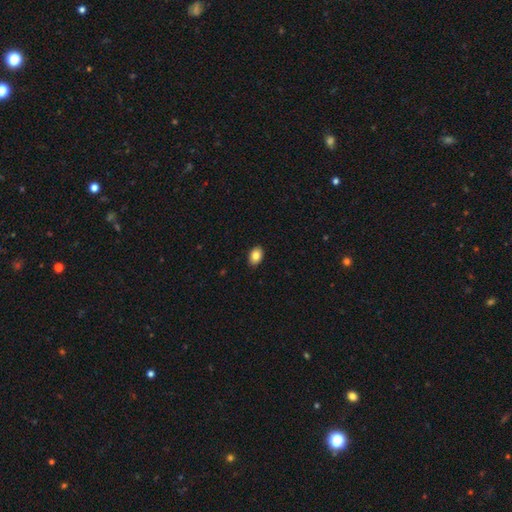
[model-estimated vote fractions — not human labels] Smooth or featured: smooth — 84% (featured or disk — 8%)
How rounded: in between — 81% (round — 18%)
Merging: none — 89% (minor disturbance — 8%)